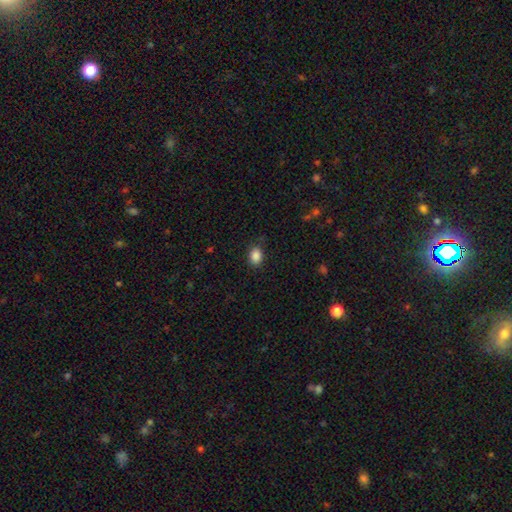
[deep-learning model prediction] Smooth or featured: smooth — 87% (star or artifact — 9%)
How rounded: in between — 72% (round — 26%)
Merging: none — 82% (minor disturbance — 14%)